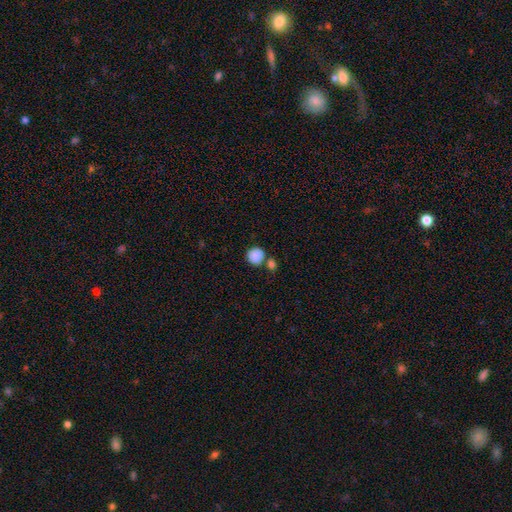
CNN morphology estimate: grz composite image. It shows a smooth galaxy with no disk features (87%) that is round (88%). Merging: none (63%).